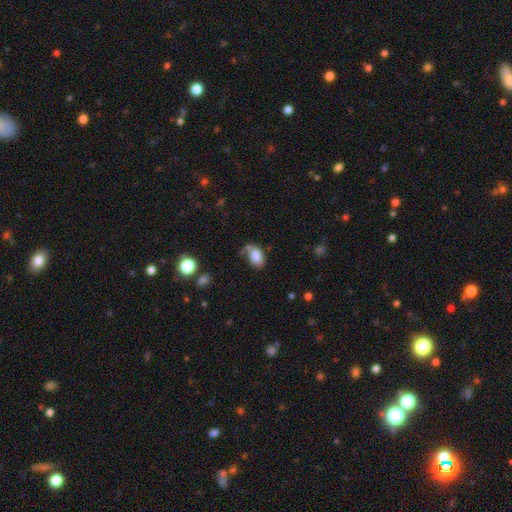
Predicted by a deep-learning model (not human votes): A smooth galaxy with no disk features (83%) that is in between round and cigar-shaped (88%).

Vote fractions:
- Smooth or featured? smooth: 83% / star or artifact: 9% / featured or disk: 8%
- How rounded? in between: 88% / round: 11% / cigar-shaped: 1%
- Merging? none: 50% / minor disturbance: 27% / major disturbance: 12% / merger: 11%